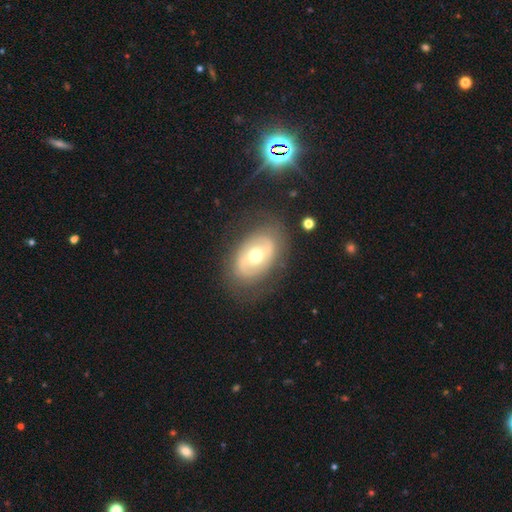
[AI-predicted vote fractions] A featured or disk galaxy (62%) with no bar (59%), no spiral arms (53%) and a moderate central bulge (74%). Merging: none (78%).